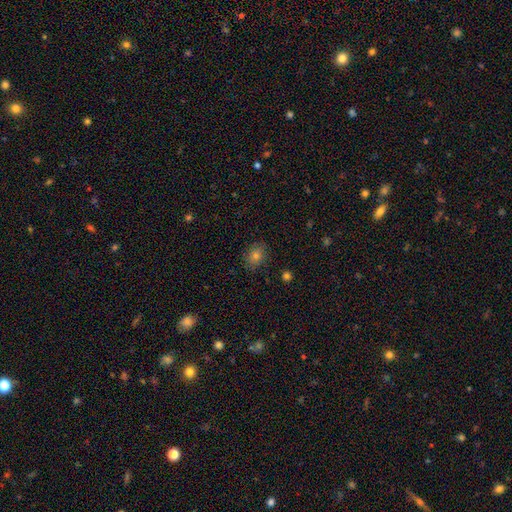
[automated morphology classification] smooth_or_featured: smooth (p=0.71) [alt: star or artifact p=0.19]
how_rounded: round (p=0.54) [alt: in between p=0.45]
merging: none (p=0.86) [alt: minor disturbance p=0.10]